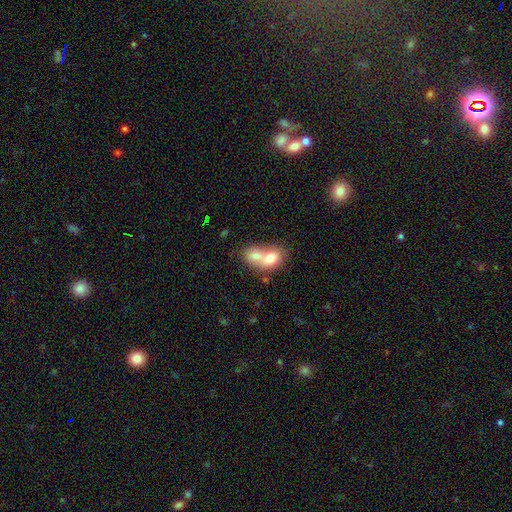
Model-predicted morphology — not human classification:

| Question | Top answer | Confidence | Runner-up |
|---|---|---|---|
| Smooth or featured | smooth | 71% | featured or disk (21%) |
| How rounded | in between | 66% | round (32%) |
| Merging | merger | 75% | none (16%) |